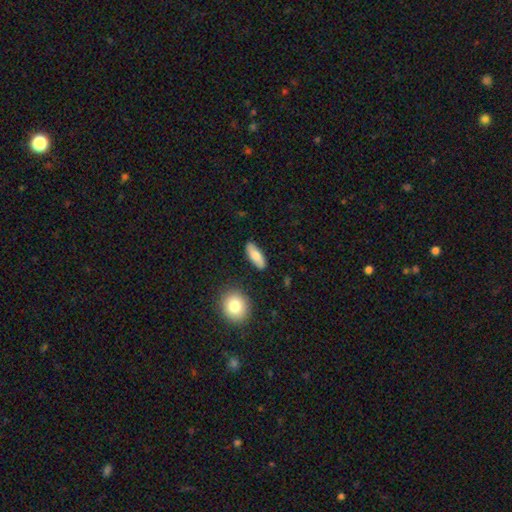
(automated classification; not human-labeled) Q: Smooth or featured?
A: smooth (75%); runner-up: featured or disk (19%)
Q: How rounded?
A: in between (67%); runner-up: cigar-shaped (29%)
Q: Merging?
A: none (85%); runner-up: minor disturbance (10%)